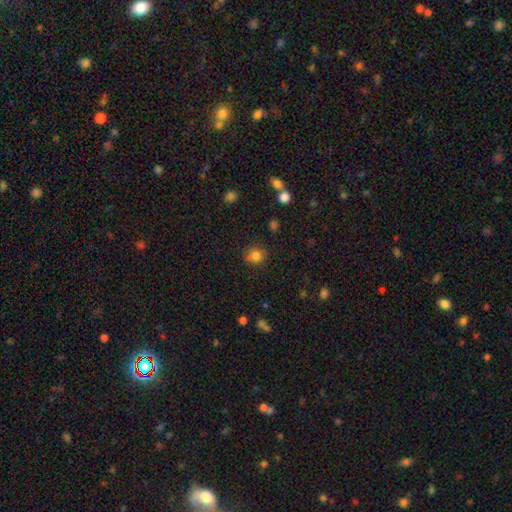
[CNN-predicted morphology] This is clearly a smooth galaxy (81%). How rounded: likely round (79%). Merging: likely none (71%).